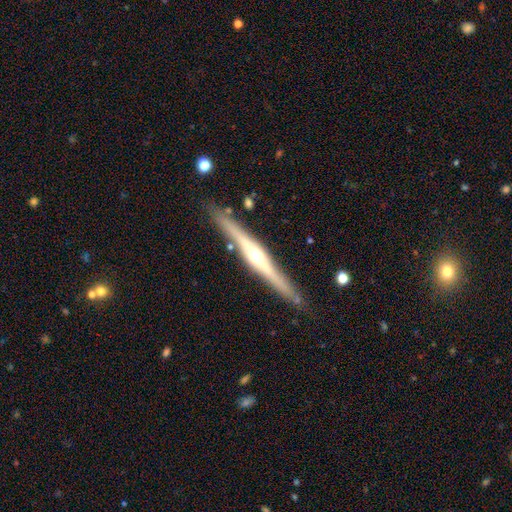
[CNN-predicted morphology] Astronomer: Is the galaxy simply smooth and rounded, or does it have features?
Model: featured or disk — 79%.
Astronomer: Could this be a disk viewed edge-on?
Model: yes — 98%.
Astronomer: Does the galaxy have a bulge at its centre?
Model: rounded — 87%.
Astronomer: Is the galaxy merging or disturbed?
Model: none — 87%.